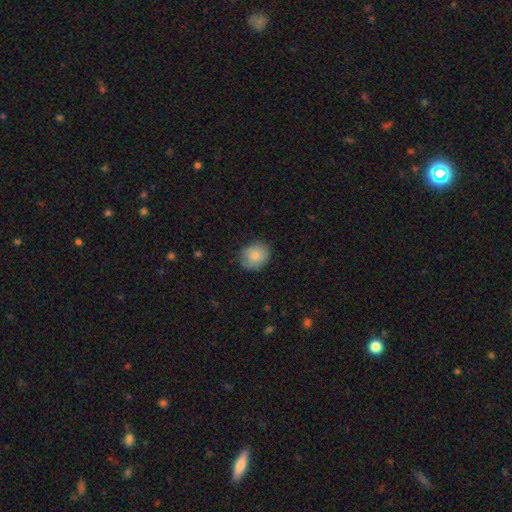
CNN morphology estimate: The model was most divided on "how rounded": round: 64%, in between: 36%, cigar-shaped: 1%. More confident: smooth or featured — smooth (80%); merging — none (77%).